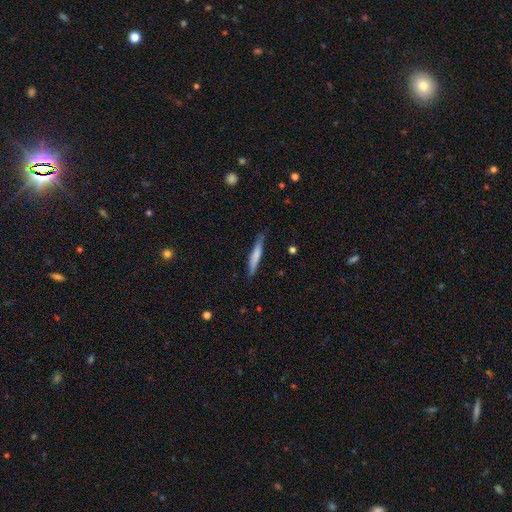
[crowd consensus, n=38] Overall: smooth (61%; featured or disk 29%). How rounded: cigar-shaped (91%). Merging: none (68%).